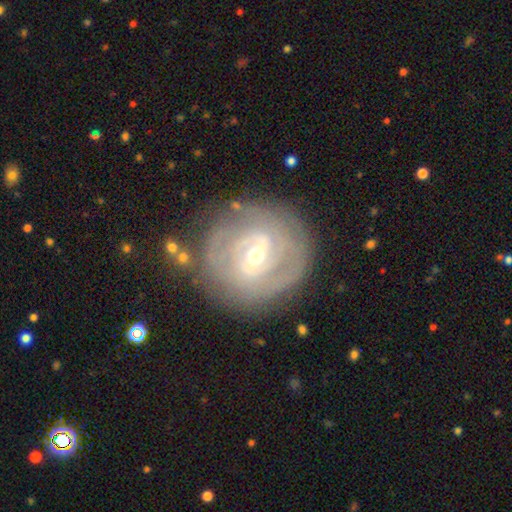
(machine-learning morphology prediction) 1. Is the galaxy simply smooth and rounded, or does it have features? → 84% featured or disk, 11% smooth, 5% star or artifact.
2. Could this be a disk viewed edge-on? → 96% no, 4% yes.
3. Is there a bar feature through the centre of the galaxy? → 49% weak, 32% strong, 18% no.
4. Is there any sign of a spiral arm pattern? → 88% yes, 12% no.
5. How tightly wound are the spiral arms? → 72% tight, 22% medium, 6% loose.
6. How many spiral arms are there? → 35% can't tell (tied), 35% 2 (tied), 15% 3, 7% 4, 4% 1, 4% more than 4.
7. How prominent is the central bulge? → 49% small, 47% moderate, 2% large, 1% none, 1% dominant.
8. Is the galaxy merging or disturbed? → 80% none, 13% minor disturbance, 5% major disturbance, 2% merger.